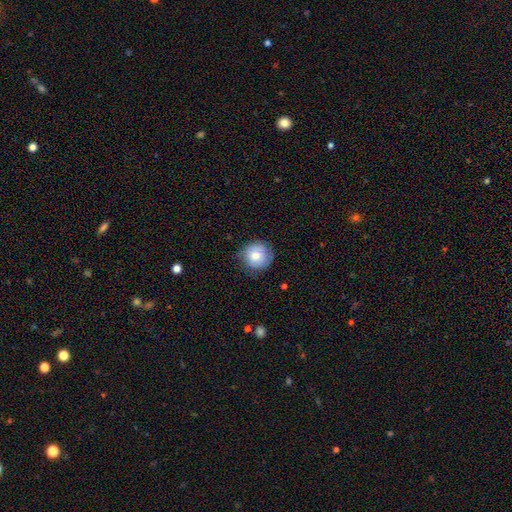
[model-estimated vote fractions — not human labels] Overall: smooth (75%). How rounded: round (93%). Merging: none (77%).